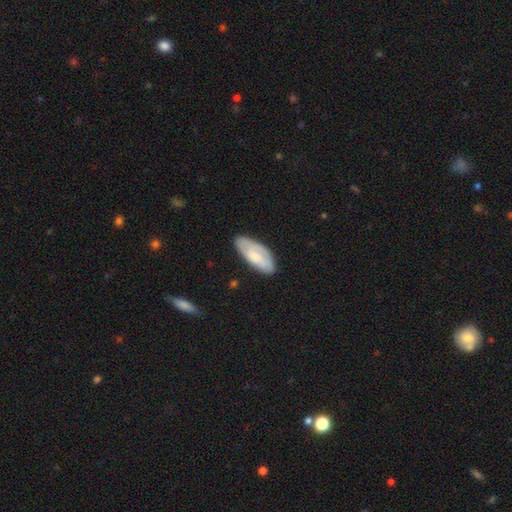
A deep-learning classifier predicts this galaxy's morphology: type=smooth (65%); roundness=in between (83%); merging=none (72%).